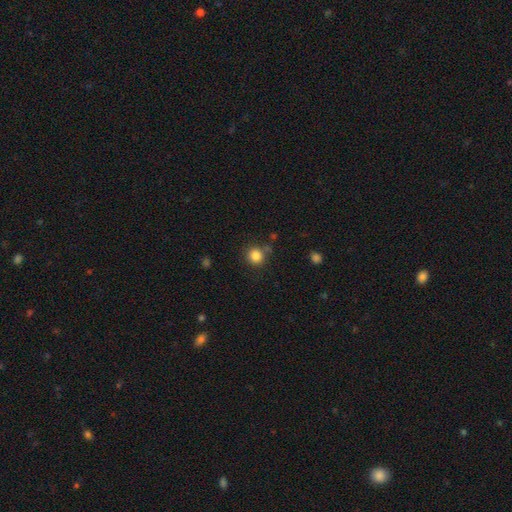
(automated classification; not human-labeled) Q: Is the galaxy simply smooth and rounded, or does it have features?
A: smooth — 84%.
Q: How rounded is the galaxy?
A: round — 92%.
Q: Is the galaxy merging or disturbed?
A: none — 80%.